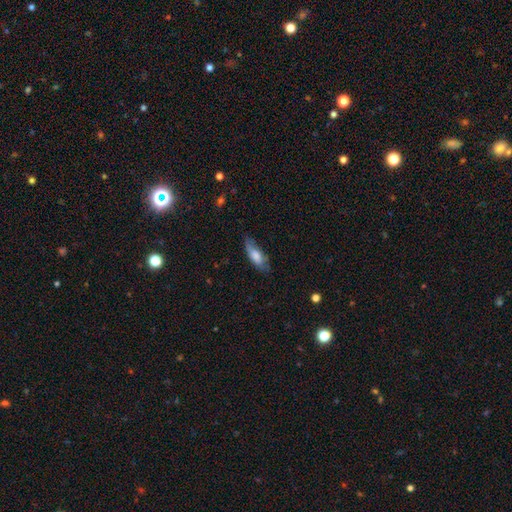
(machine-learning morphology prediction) This appears to be a smooth galaxy with no disk features (67%) that is in between round and cigar-shaped (63%). Merging: none (64%).